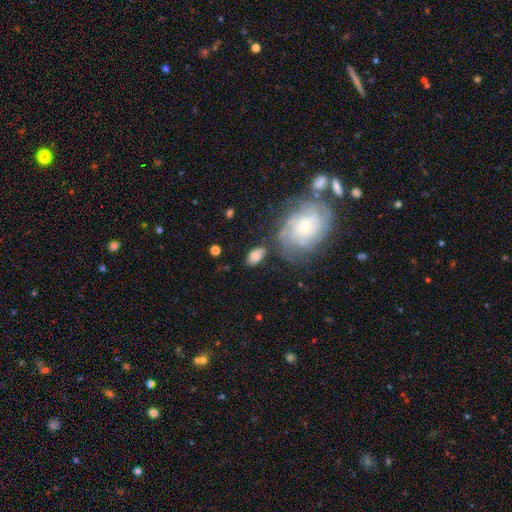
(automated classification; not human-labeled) This is likely a smooth galaxy (73%). How rounded: clearly in between (89%). Merging: likely none (65%).